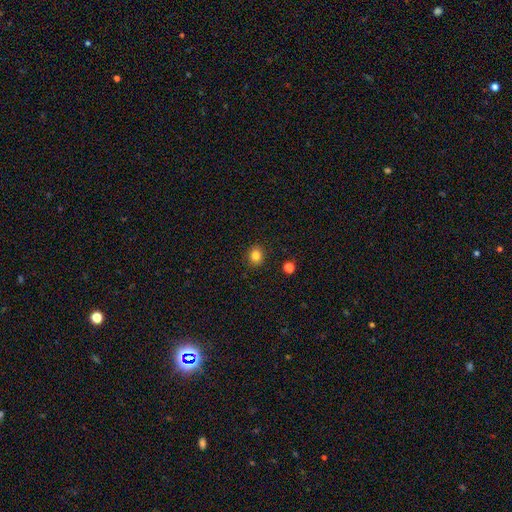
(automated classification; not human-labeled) Smooth or featured? Predicted: smooth (p=0.82). How rounded? Predicted: round (p=0.75). Merging? Predicted: none (p=0.90).